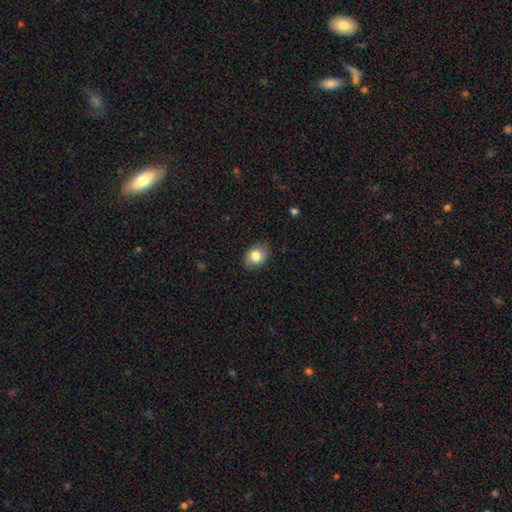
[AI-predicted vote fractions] smooth 81%, featured or disk 11%, star or artifact 8%. Down the decision tree: how rounded — in between (63%); merging — none (85%).